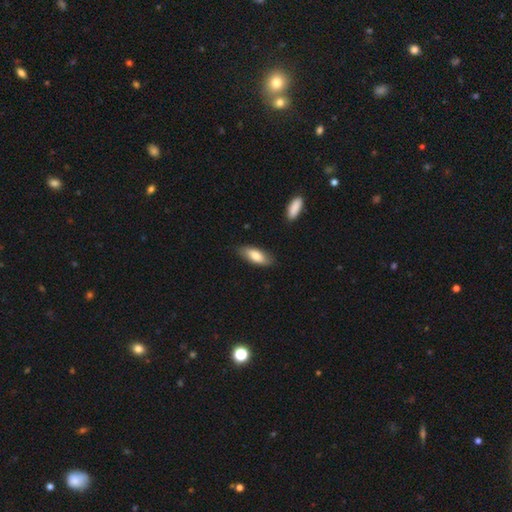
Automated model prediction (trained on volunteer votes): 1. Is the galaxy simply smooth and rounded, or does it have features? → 78% smooth, 16% featured or disk, 6% star or artifact.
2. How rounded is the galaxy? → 80% in between, 18% cigar-shaped, 2% round.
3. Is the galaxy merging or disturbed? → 81% none, 15% minor disturbance, 3% major disturbance, 2% merger.